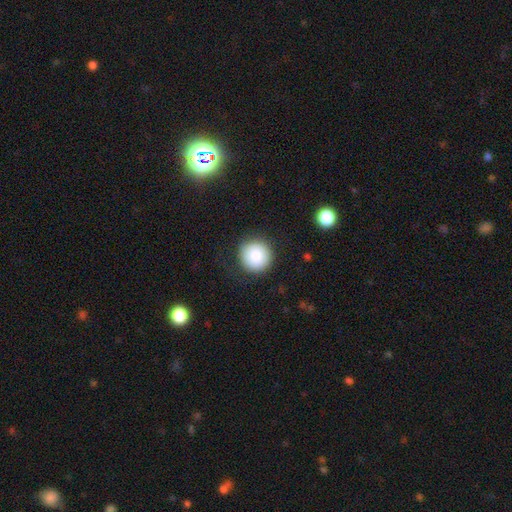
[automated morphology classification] Smooth or featured? Predicted: smooth (p=0.84). How rounded? Predicted: round (p=0.95). Merging? Predicted: none (p=0.86).